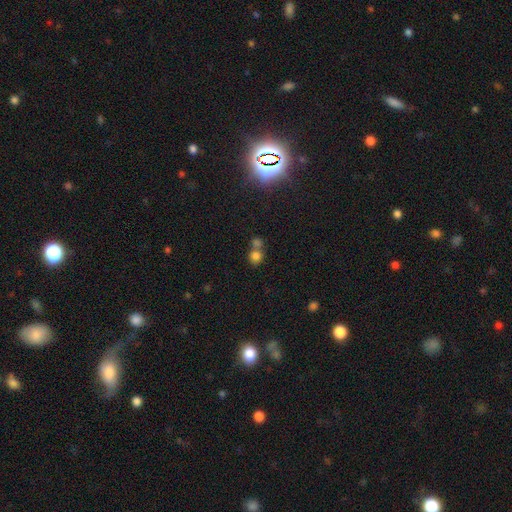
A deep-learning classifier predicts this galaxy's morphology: A smooth galaxy with no disk features (78%) that is round (81%). Merging: merger (45%).